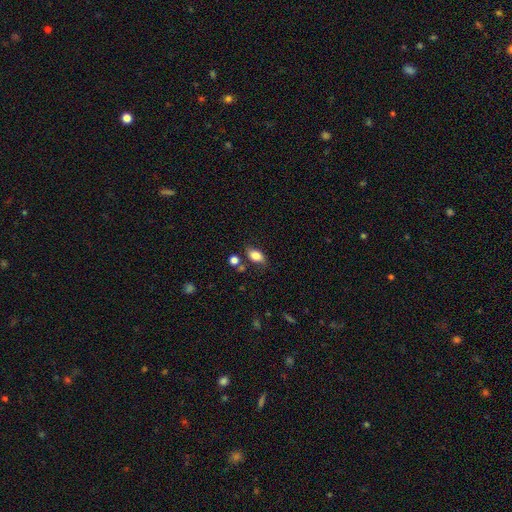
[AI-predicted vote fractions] A smooth galaxy with no disk features (82%) that is in between round and cigar-shaped (86%). Merging: none (73%).